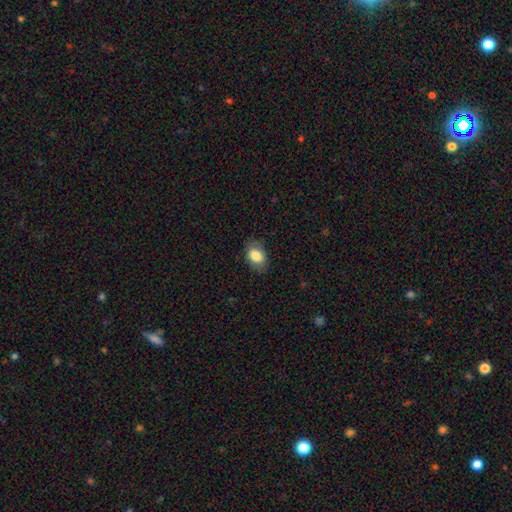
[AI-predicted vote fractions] A smooth galaxy with no disk features (84%) that is in between round and cigar-shaped (81%). Merging: none (80%).